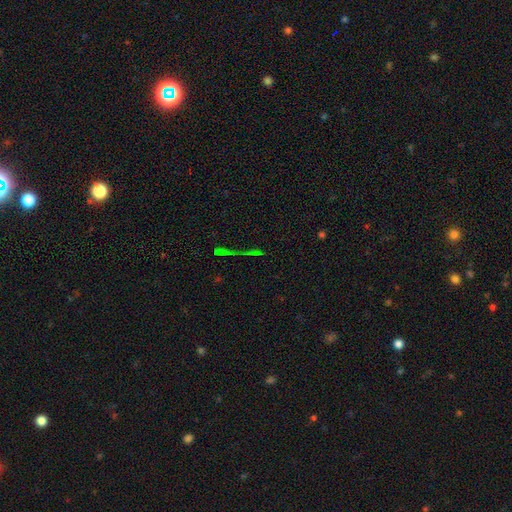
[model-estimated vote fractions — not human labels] Overall: star or artifact (75%).